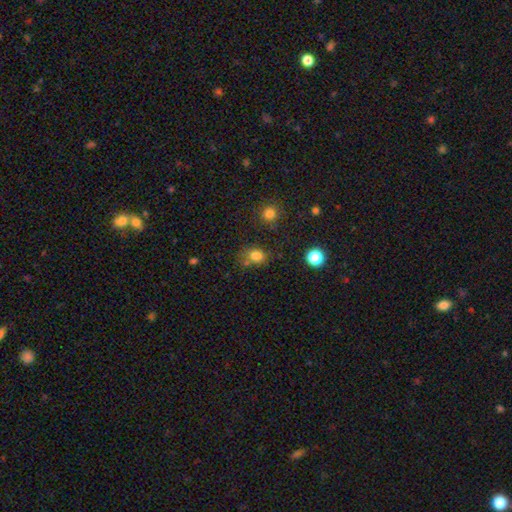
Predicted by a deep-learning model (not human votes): Smooth or featured?
  - smooth: 76% *
  - star or artifact: 15%
  - featured or disk: 8%
How rounded?
  - in between: 53% *
  - round: 45%
  - cigar-shaped: 1%
Merging?
  - none: 56% *
  - merger: 19%
  - minor disturbance: 18%
  - major disturbance: 7%